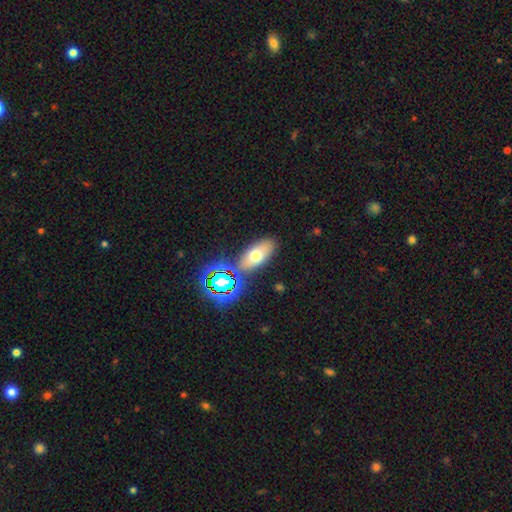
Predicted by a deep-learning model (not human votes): This appears to be a smooth galaxy with no disk features (61%) that is in between round and cigar-shaped (79%). Merging: none (77%).